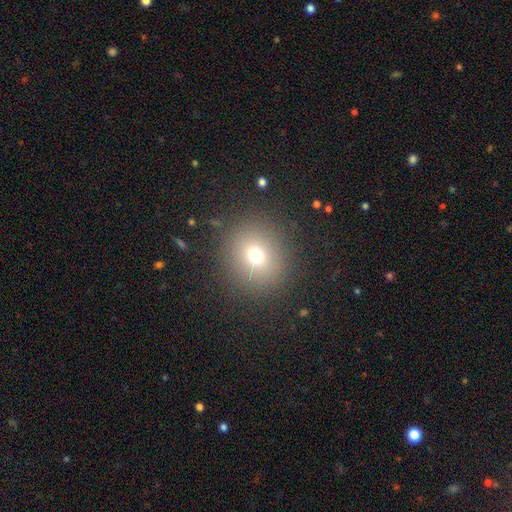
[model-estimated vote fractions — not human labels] Overall: smooth (71%). How rounded: round (88%). Merging: none (88%).